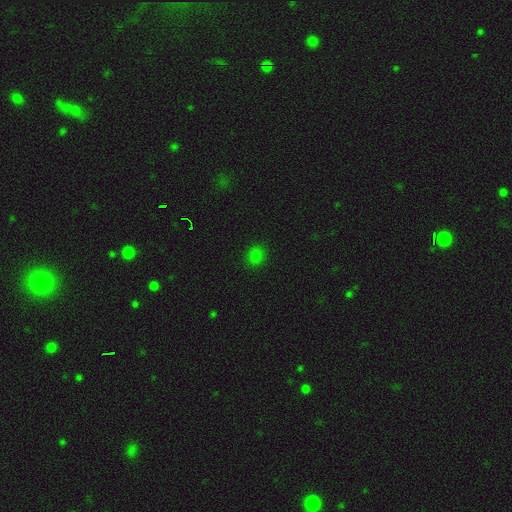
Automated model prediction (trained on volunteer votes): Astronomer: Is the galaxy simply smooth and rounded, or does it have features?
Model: smooth — 78%.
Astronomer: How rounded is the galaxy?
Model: round — 67%.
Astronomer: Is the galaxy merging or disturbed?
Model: none — 88%.